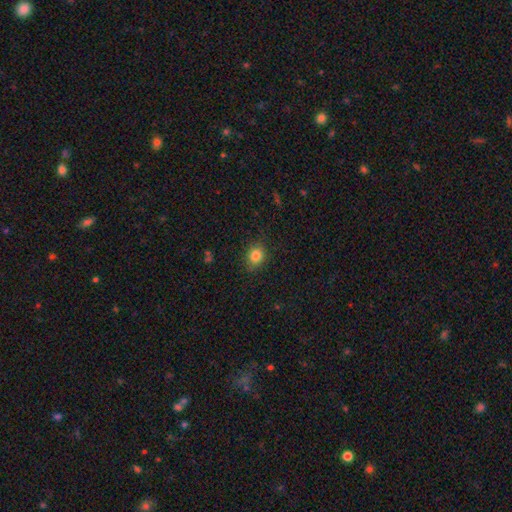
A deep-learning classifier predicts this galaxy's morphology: smooth-or-featured: smooth: 83% | star or artifact: 11% | featured or disk: 6%
  how-rounded: round: 67% | in between: 32% | cigar-shaped: 1%
  merging: none: 86% | minor disturbance: 10% | major disturbance: 3% | merger: 1%